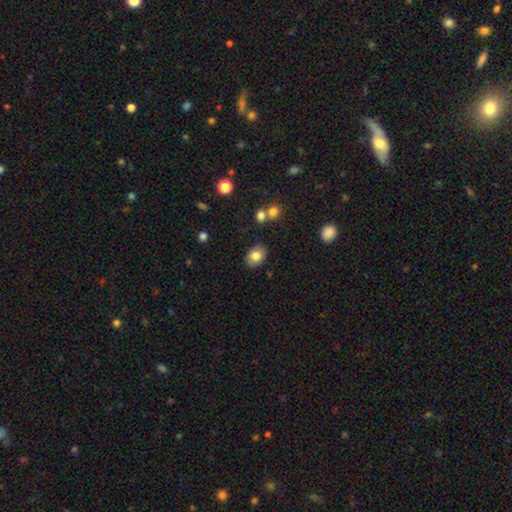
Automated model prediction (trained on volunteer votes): This is clearly a smooth galaxy (80%). How rounded: likely in between (74%). Merging: clearly none (85%).